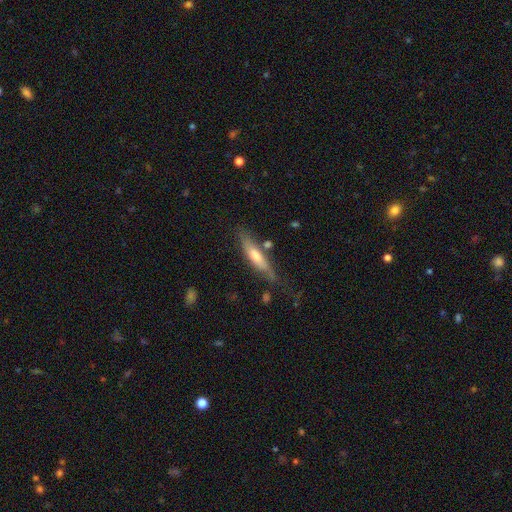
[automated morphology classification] type=featured or disk (50%); merging=none (61%).